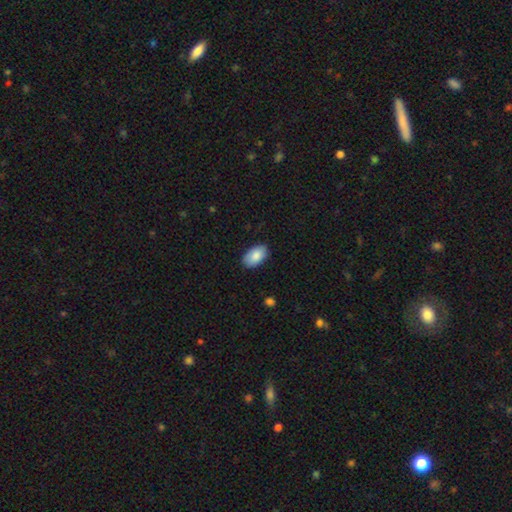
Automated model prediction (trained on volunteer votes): This is clearly a smooth galaxy (87%). How rounded: clearly in between (95%). Merging: clearly none (86%).